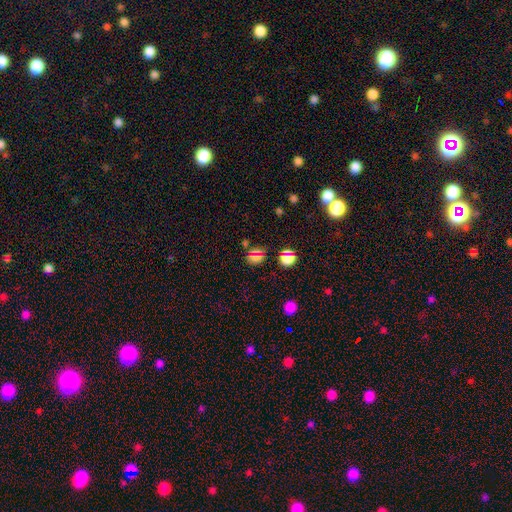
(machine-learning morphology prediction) smooth-or-featured: smooth: 55% | star or artifact: 37% | featured or disk: 8%
  how-rounded: round: 52% | in between: 45% | cigar-shaped: 3%
  merging: none: 79% | minor disturbance: 12% | major disturbance: 5% | merger: 4%